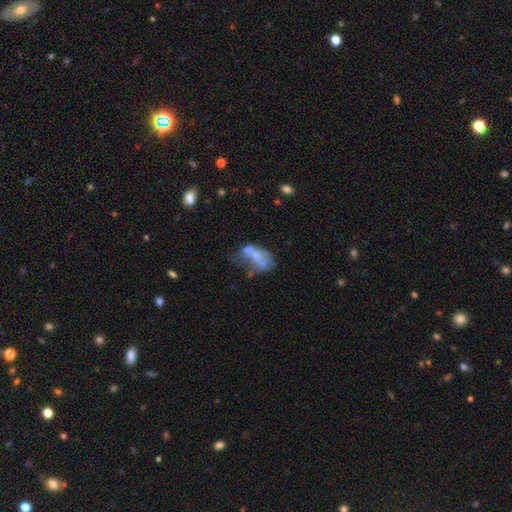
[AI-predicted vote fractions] Q: Smooth or featured?
A: featured or disk (44%); tied with: smooth (44%)
Q: Merging?
A: merger (27%); tied with: major disturbance (27%)